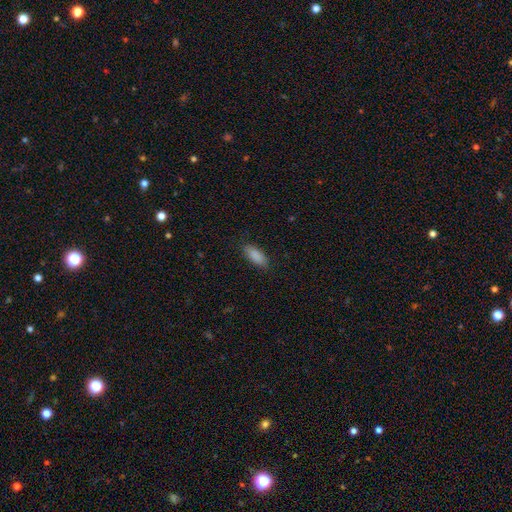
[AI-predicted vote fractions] Smooth or featured?
  - smooth: 90% *
  - star or artifact: 6%
  - featured or disk: 4%
How rounded?
  - in between: 81% *
  - cigar-shaped: 17%
  - round: 2%
Merging?
  - none: 87% *
  - minor disturbance: 9%
  - major disturbance: 2%
  - merger: 1%